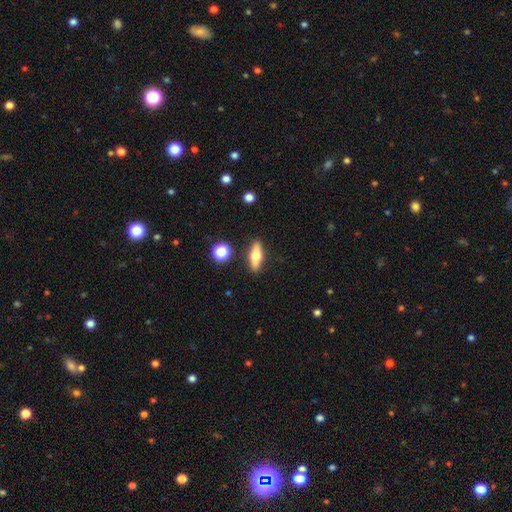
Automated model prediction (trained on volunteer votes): smooth 57%, featured or disk 36%, star or artifact 7%. Down the decision tree: how rounded — in between (48%); merging — none (87%).